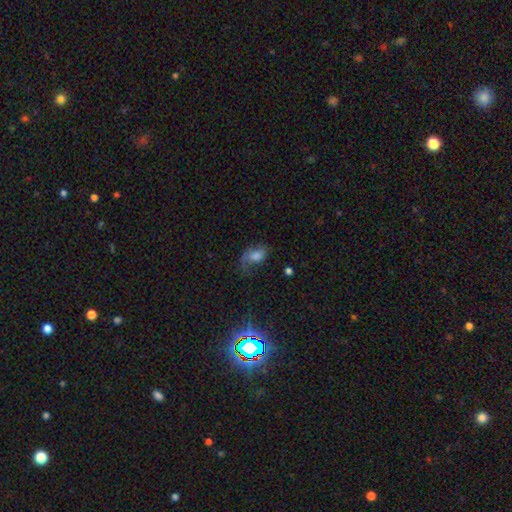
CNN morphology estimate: Q: Smooth or featured?
A: smooth (50%); runner-up: featured or disk (31%)
Q: How rounded?
A: in between (83%); runner-up: round (14%)
Q: Merging?
A: none (42%); runner-up: major disturbance (28%)